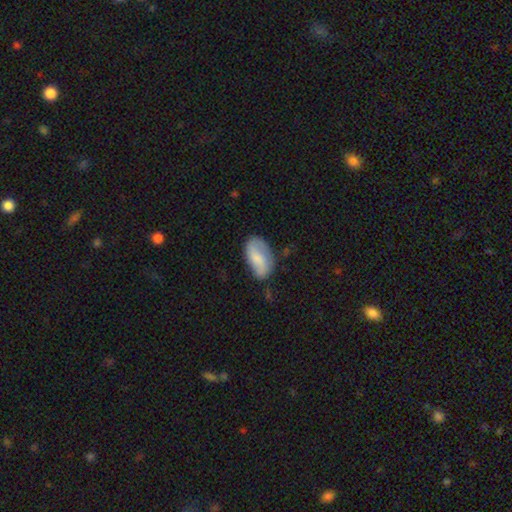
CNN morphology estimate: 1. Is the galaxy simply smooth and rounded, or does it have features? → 52% smooth, 41% featured or disk, 7% star or artifact.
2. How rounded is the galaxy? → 92% in between, 4% round, 4% cigar-shaped.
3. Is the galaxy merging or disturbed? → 64% none, 26% minor disturbance, 7% major disturbance, 3% merger.